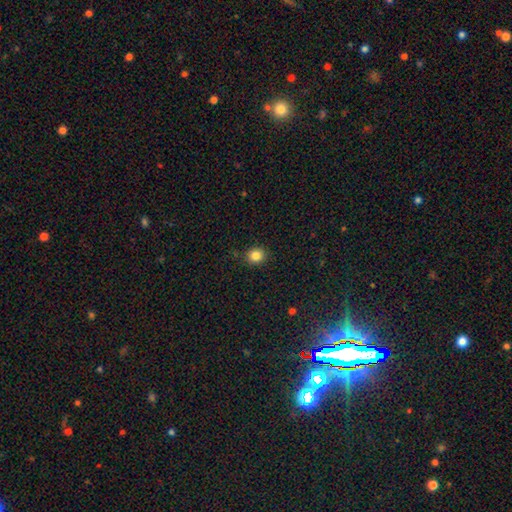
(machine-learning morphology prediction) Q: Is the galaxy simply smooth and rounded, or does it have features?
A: smooth — 83%.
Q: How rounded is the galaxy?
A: round — 78%.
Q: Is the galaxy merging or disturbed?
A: none — 88%.